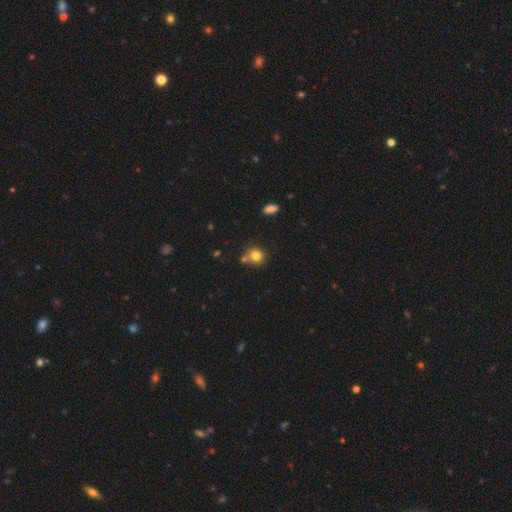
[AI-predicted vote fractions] Morphology: type=smooth (80%); roundness=round (81%); merging=none (57%).